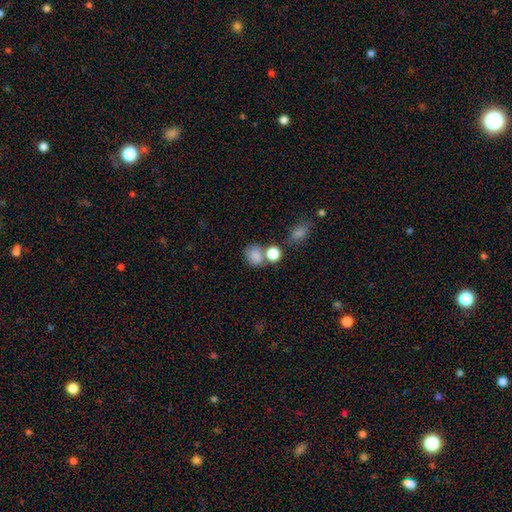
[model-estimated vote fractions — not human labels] This is clearly a smooth galaxy (81%). How rounded: possibly round (57%). Merging: possibly none (48%).